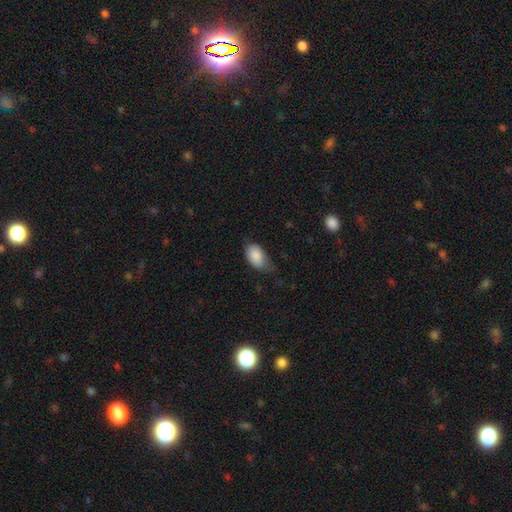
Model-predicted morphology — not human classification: A smooth galaxy with no disk features (87%) that is in between round and cigar-shaped (93%).

Vote fractions:
- Smooth or featured? smooth: 87% / featured or disk: 7% / star or artifact: 6%
- How rounded? in between: 93% / round: 5% / cigar-shaped: 2%
- Merging? none: 53% / minor disturbance: 37% / major disturbance: 9% / merger: 2%